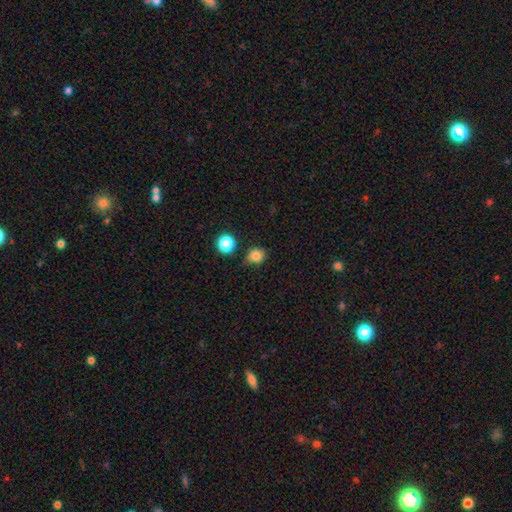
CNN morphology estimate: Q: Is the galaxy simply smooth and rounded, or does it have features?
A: smooth — 82%.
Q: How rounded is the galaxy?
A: round — 82%.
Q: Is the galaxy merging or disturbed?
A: none — 74%.